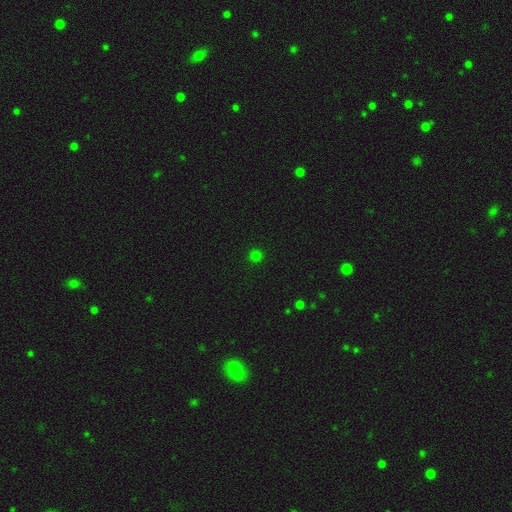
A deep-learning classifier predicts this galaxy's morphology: This is likely a smooth galaxy (76%). How rounded: clearly round (95%). Merging: clearly none (92%).